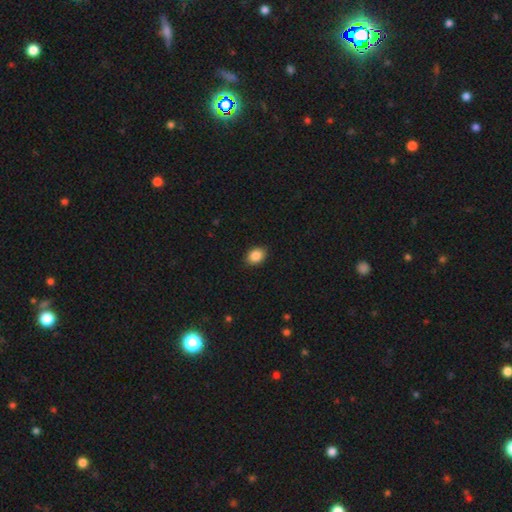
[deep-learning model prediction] Smooth or featured?
  - smooth: 88% *
  - star or artifact: 8%
  - featured or disk: 4%
How rounded?
  - in between: 66% *
  - round: 33%
  - cigar-shaped: 1%
Merging?
  - none: 89% *
  - minor disturbance: 8%
  - major disturbance: 2%
  - merger: 1%